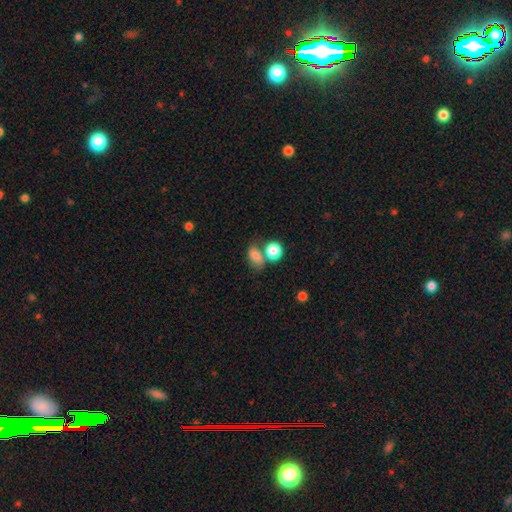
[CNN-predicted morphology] Smooth or featured?
  - smooth: 79% *
  - star or artifact: 11%
  - featured or disk: 9%
How rounded?
  - in between: 71% *
  - round: 26%
  - cigar-shaped: 2%
Merging?
  - none: 44% *
  - merger: 34%
  - minor disturbance: 15%
  - major disturbance: 7%